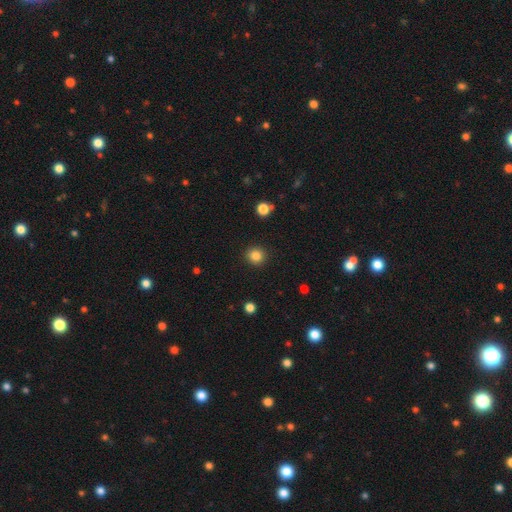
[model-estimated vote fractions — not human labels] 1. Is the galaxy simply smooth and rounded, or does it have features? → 84% smooth, 11% star or artifact, 5% featured or disk.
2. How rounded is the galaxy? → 92% round, 7% in between, 1% cigar-shaped.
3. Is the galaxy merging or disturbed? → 92% none, 5% minor disturbance, 2% major disturbance, 1% merger.